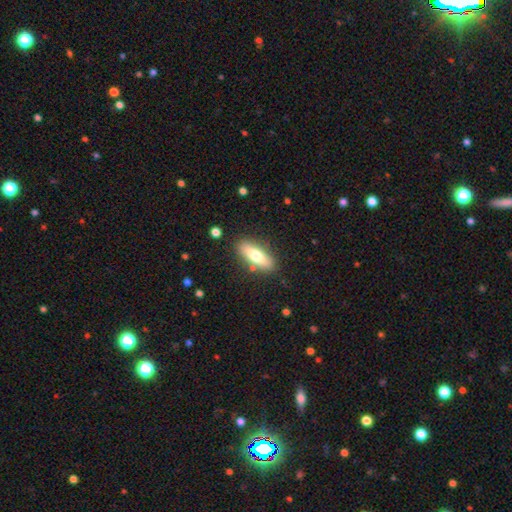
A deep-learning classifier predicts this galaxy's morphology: Smooth or featured? Predicted: smooth (p=0.69). How rounded? Predicted: in between (p=0.62). Merging? Predicted: none (p=0.83).